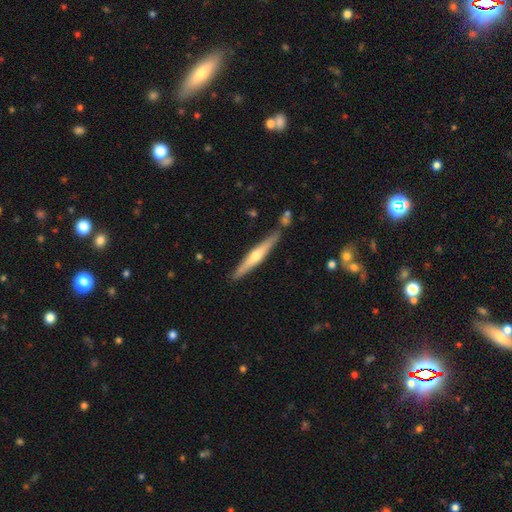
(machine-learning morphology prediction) Smooth or featured?
  - featured or disk: 59% *
  - smooth: 36%
  - star or artifact: 5%
Edge-on disk?
  - yes: 96% *
  - no: 4%
Edge-on bulge?
  - rounded: 83% *
  - none: 12%
  - boxy: 5%
Merging?
  - none: 85% *
  - minor disturbance: 10%
  - merger: 3%
  - major disturbance: 2%